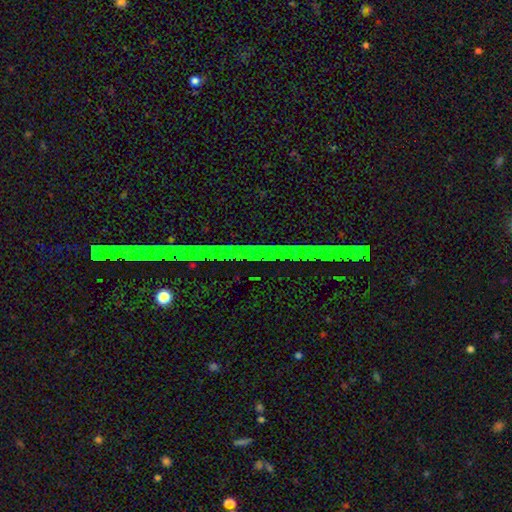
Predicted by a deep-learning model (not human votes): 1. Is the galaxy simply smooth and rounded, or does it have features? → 85% star or artifact, 9% featured or disk, 6% smooth.